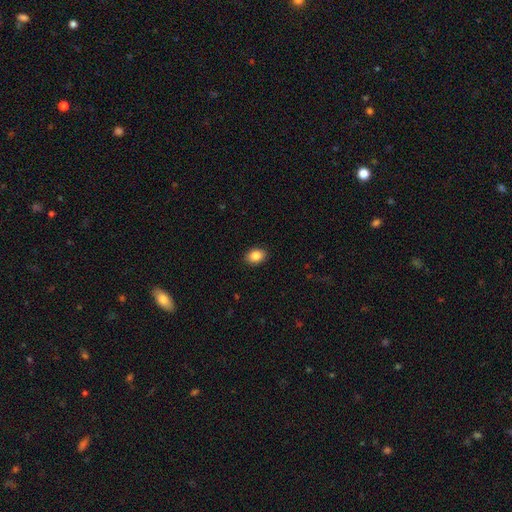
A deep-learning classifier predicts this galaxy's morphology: smooth 88%, star or artifact 8%, featured or disk 4%. Down the decision tree: how rounded — in between (72%); merging — none (90%).